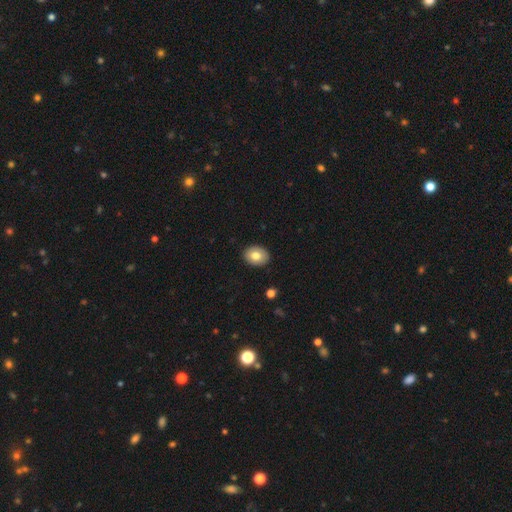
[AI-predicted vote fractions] Overall: smooth (78%). How rounded: in between (62%; round 37%). Merging: none (90%).